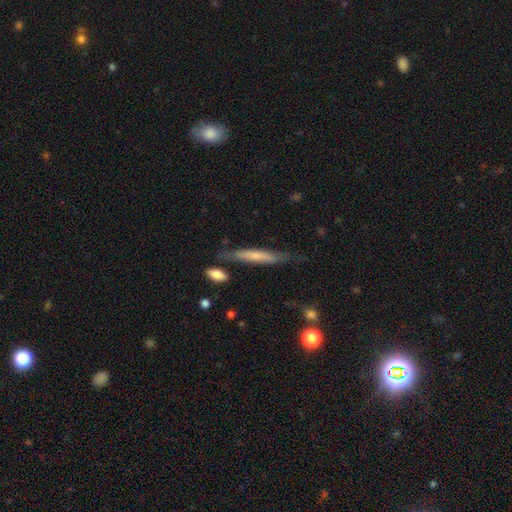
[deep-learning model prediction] Smooth or featured? smooth (56%)
How rounded? cigar-shaped (92%)
Merging? none (71%)